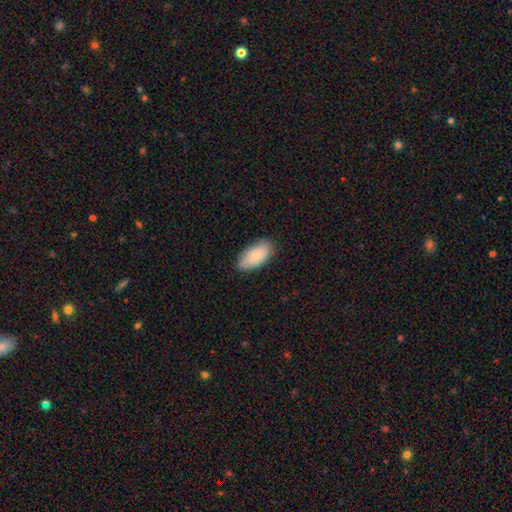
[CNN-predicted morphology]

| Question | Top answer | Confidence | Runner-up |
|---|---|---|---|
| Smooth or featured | smooth | 87% | featured or disk (7%) |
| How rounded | in between | 94% | cigar-shaped (4%) |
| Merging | none | 84% | minor disturbance (13%) |